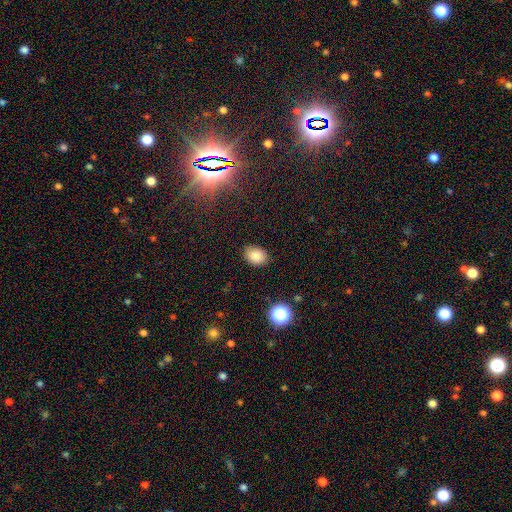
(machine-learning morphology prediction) smooth 83%, star or artifact 11%, featured or disk 6%. Down the decision tree: how rounded — in between (67%); merging — none (80%).